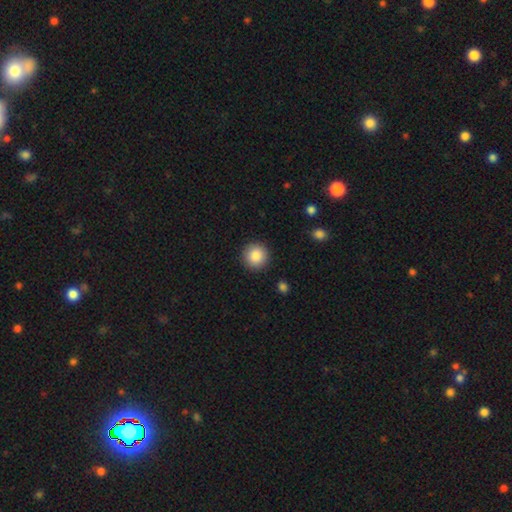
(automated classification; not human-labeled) smooth-or-featured: smooth: 87% | star or artifact: 8% | featured or disk: 5%
  how-rounded: round: 95% | in between: 4% | cigar-shaped: 1%
  merging: none: 91% | minor disturbance: 6% | major disturbance: 2% | merger: 1%